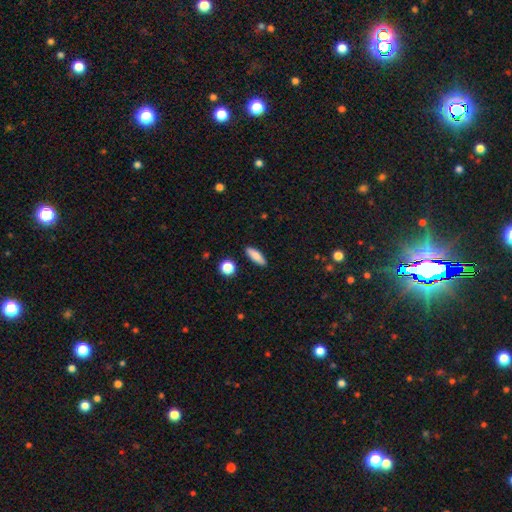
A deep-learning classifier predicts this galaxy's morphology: The model was most divided on "how rounded": in between: 51%, cigar-shaped: 45%, round: 3%. More confident: merging — none (89%); smooth or featured — smooth (81%).